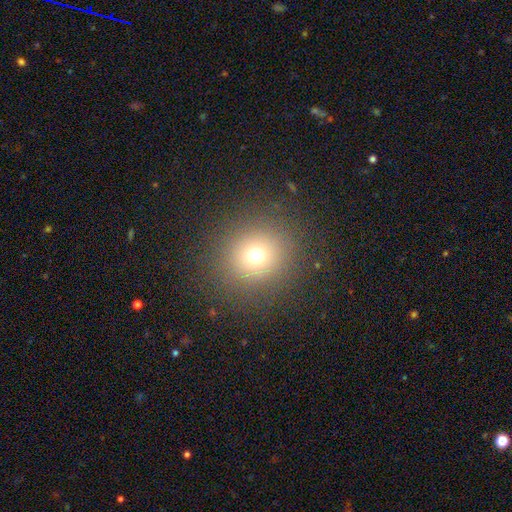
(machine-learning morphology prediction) smooth_or_featured: smooth (p=0.71) [alt: star or artifact p=0.19]
how_rounded: round (p=0.91) [alt: in between p=0.08]
merging: none (p=0.88) [alt: minor disturbance p=0.06]